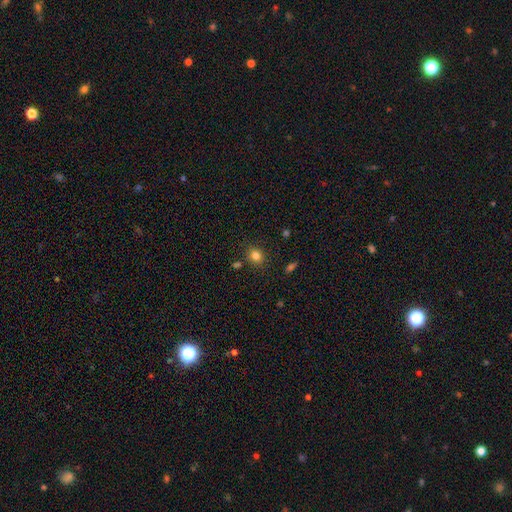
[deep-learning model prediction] smooth_or_featured: smooth (p=0.82) [alt: star or artifact p=0.12]
how_rounded: round (p=0.71) [alt: in between p=0.28]
merging: none (p=0.83) [alt: minor disturbance p=0.10]